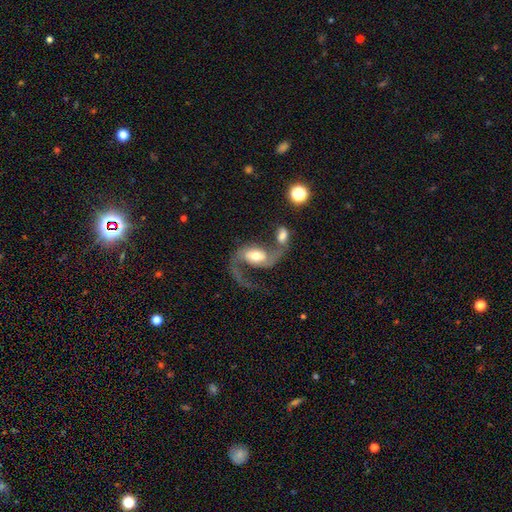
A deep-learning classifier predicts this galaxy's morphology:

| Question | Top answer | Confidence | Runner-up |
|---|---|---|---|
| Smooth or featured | featured or disk | 79% | smooth (15%) |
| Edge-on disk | no | 97% | yes (3%) |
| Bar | no | 47% | weak (37%) |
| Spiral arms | yes | 92% | no (8%) |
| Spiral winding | loose | 70% | medium (25%) |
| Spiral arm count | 2 | 82% | 1 (12%) |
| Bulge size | moderate | 60% | large (23%) |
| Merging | merger | 46% | none (25%) |